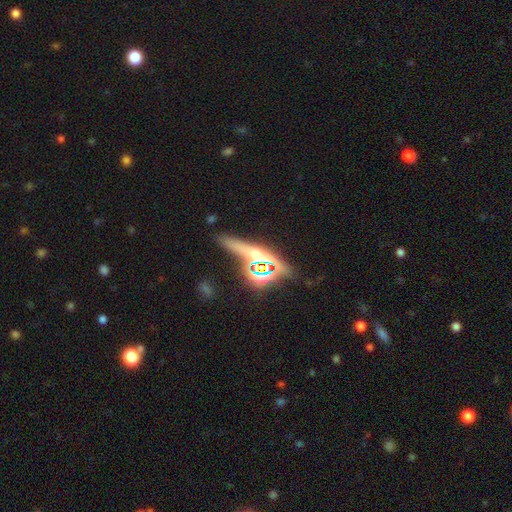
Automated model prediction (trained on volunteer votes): Q: Smooth or featured?
A: star or artifact (40%); runner-up: featured or disk (34%)